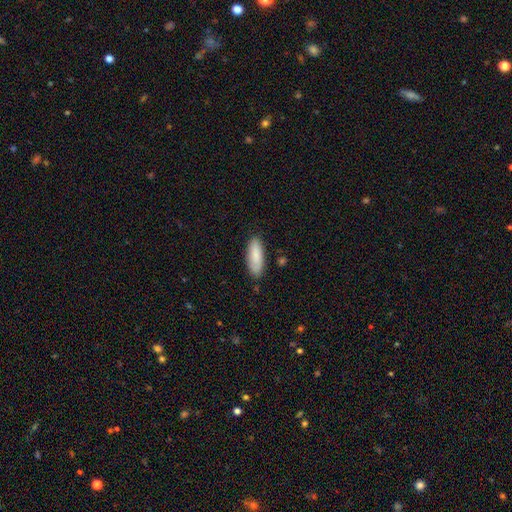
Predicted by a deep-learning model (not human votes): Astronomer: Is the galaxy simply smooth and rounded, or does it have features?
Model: smooth — 86%.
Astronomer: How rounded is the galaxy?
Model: in between — 67%.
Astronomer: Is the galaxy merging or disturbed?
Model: none — 83%.